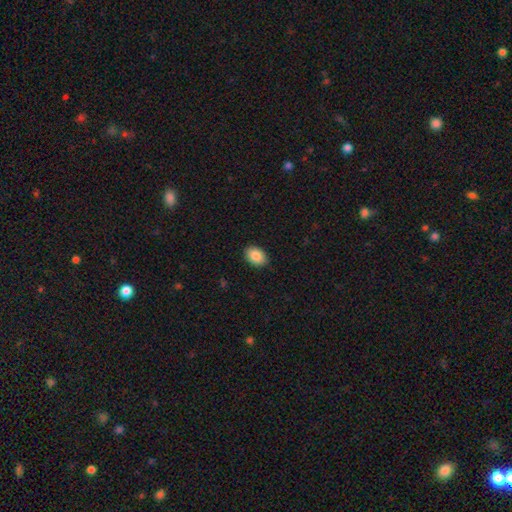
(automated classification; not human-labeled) Smooth or featured?
  - smooth: 88% *
  - star or artifact: 7%
  - featured or disk: 5%
How rounded?
  - in between: 82% *
  - round: 17%
  - cigar-shaped: 1%
Merging?
  - none: 89% *
  - minor disturbance: 8%
  - major disturbance: 2%
  - merger: 1%